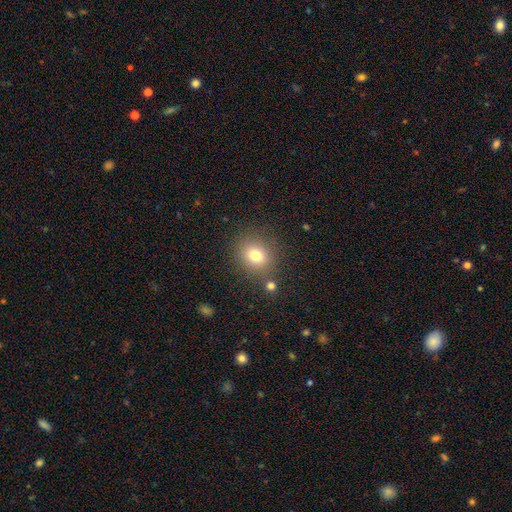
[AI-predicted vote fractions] A smooth galaxy with no disk features (76%) that is round (74%).

Vote fractions:
- Smooth or featured? smooth: 76% / star or artifact: 14% / featured or disk: 10%
- How rounded? round: 74% / in between: 26% / cigar-shaped: 1%
- Merging? none: 77% / minor disturbance: 11% / merger: 7% / major disturbance: 4%